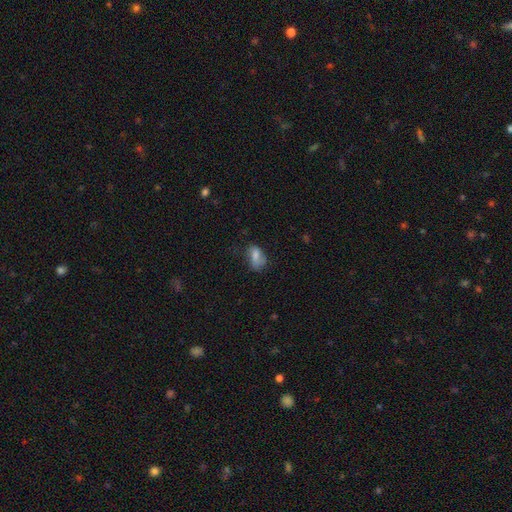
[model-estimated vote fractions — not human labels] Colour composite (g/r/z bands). It shows a smooth galaxy with no disk features (65%) that is in between round and cigar-shaped (87%). Merging: none (45%).